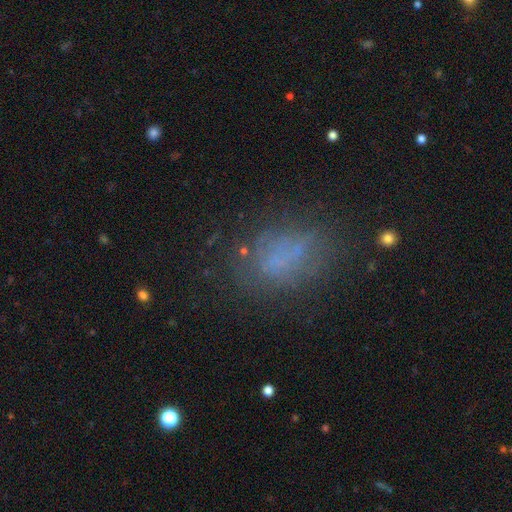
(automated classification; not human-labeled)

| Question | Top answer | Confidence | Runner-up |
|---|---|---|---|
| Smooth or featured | smooth | 61% | star or artifact (20%) |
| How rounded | in between | 83% | round (13%) |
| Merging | none | 66% | minor disturbance (19%) |